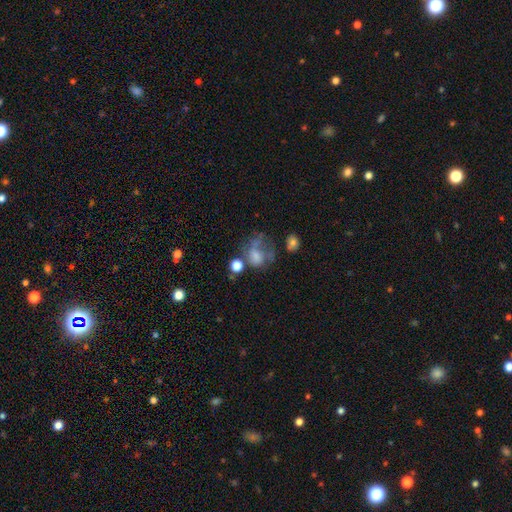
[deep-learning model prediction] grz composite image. It shows a smooth galaxy with no disk features (54%) that is round (51%). Merging: major disturbance (40%).